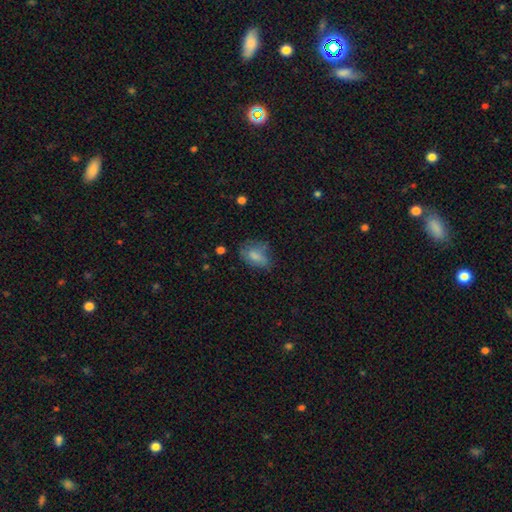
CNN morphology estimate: Smooth or featured?
  - smooth: 74% *
  - featured or disk: 17%
  - star or artifact: 9%
How rounded?
  - in between: 83% *
  - round: 13%
  - cigar-shaped: 3%
Merging?
  - none: 52% *
  - minor disturbance: 31%
  - major disturbance: 15%
  - merger: 2%